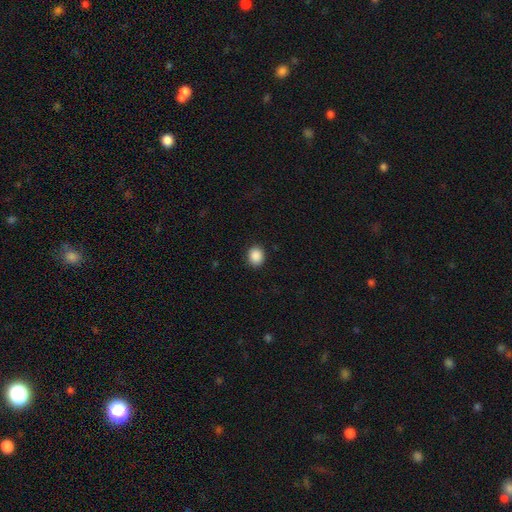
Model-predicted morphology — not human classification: This is clearly a smooth galaxy (89%). How rounded: likely round (72%). Merging: clearly none (91%).